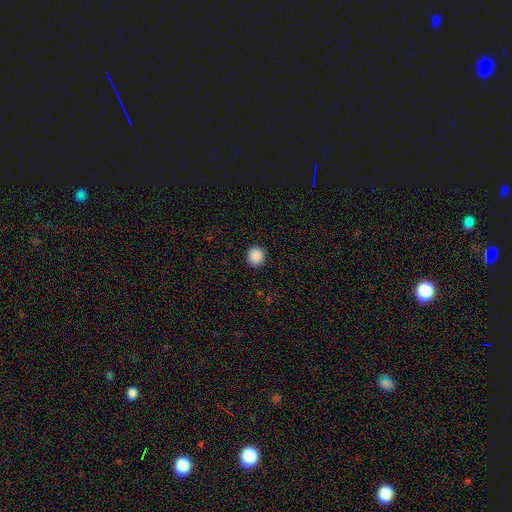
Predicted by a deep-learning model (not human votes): Morphology: type=smooth (89%); roundness=round (89%); merging=none (92%).